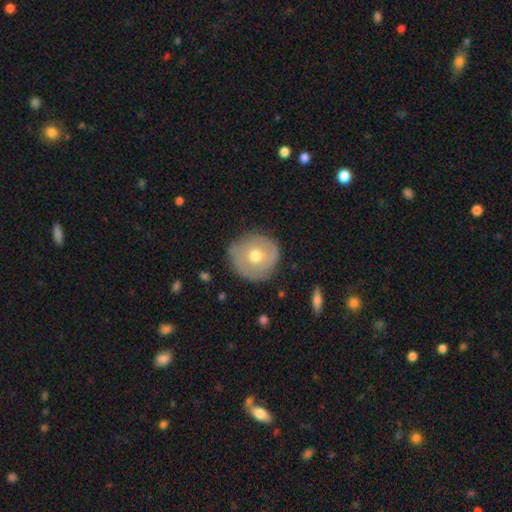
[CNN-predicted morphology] Smooth or featured? smooth (48%)
Merging? none (80%)